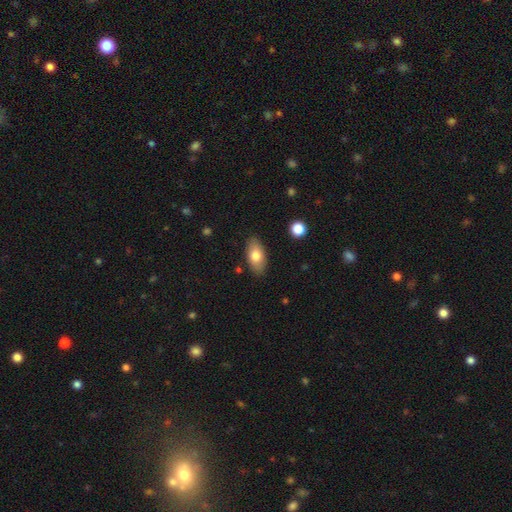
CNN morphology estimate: Smooth or featured?
  - smooth: 75% *
  - featured or disk: 18%
  - star or artifact: 7%
How rounded?
  - in between: 91% *
  - cigar-shaped: 5%
  - round: 4%
Merging?
  - none: 86% *
  - minor disturbance: 10%
  - major disturbance: 2%
  - merger: 1%